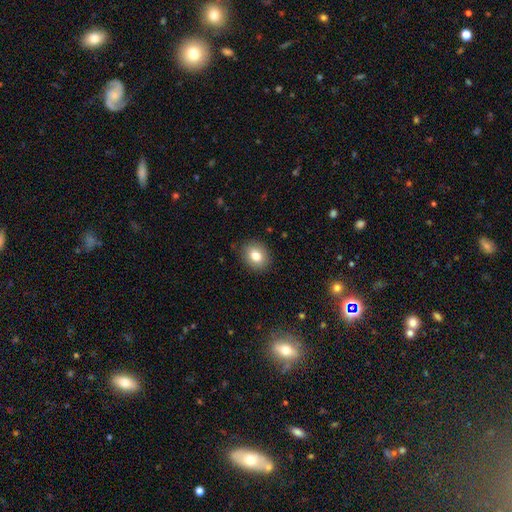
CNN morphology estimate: A smooth galaxy with no disk features (81%) that is round (59%). Merging: none (88%).